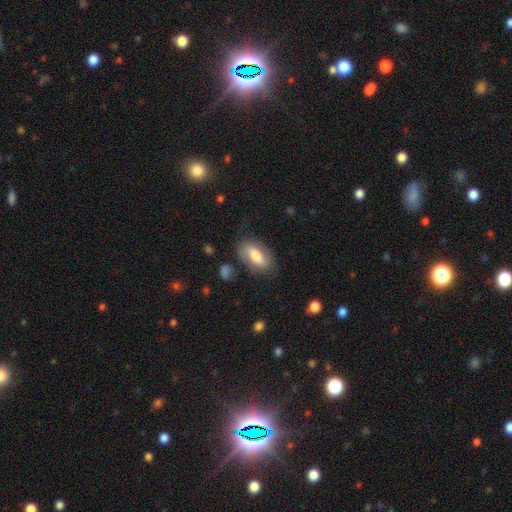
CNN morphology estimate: Smooth or featured: smooth — 57% (featured or disk — 37%)
How rounded: in between — 88% (cigar-shaped — 7%)
Merging: none — 75% (minor disturbance — 17%)